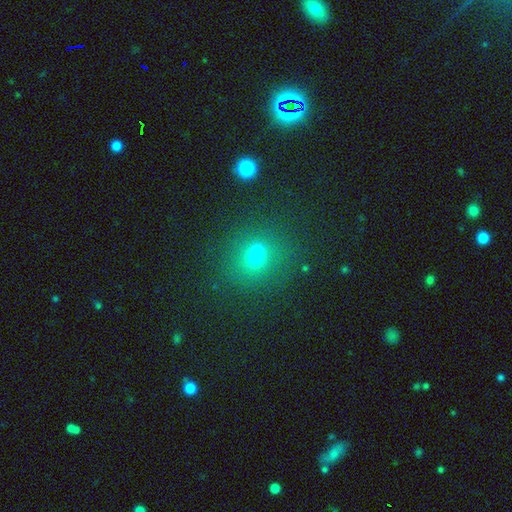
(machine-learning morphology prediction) A smooth galaxy with no disk features (60%) that is round (83%).

Vote fractions:
- Smooth or featured? smooth: 60% / star or artifact: 24% / featured or disk: 16%
- How rounded? round: 83% / in between: 16% / cigar-shaped: 1%
- Merging? none: 53% / merger: 35% / minor disturbance: 8% / major disturbance: 4%